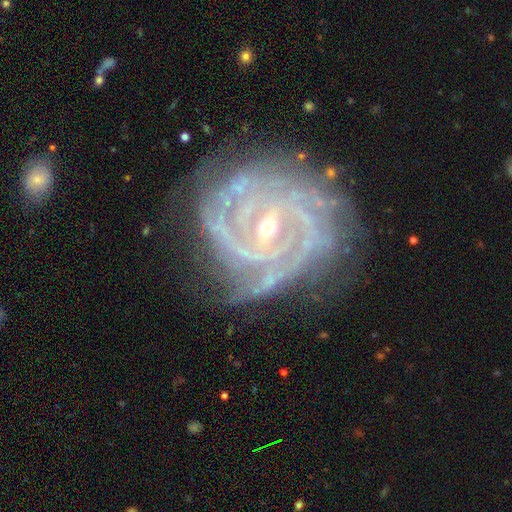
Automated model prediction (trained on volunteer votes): smooth-or-featured: featured or disk: 91% | star or artifact: 6% | smooth: 4%
  disk-edge-on: no: 97% | yes: 3%
    bar: no: 38% (tied) | weak: 38% (tied) | strong: 24%
    has-spiral-arms: yes: 98% | no: 2%
      spiral-winding: tight: 80% | medium: 17% | loose: 3%
      spiral-arm-count: 3: 22% (tied) | 4: 22% (tied) | can't tell: 18% | 2: 18% | more than 4: 11% | 1: 8%
    bulge-size: small: 65% | moderate: 32% | large: 1% | none: 1% | dominant: 1%
  merging: none: 75% | minor disturbance: 17% | major disturbance: 6% | merger: 2%